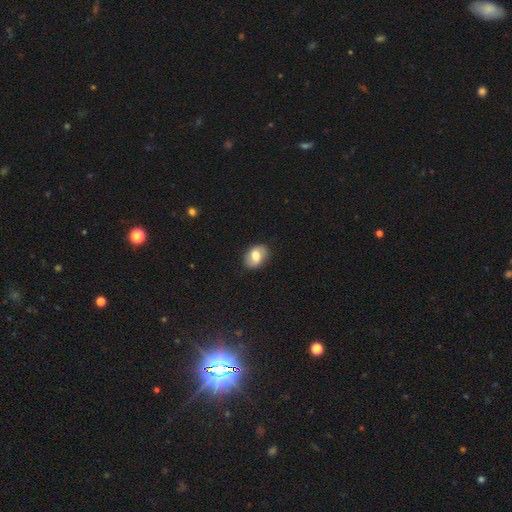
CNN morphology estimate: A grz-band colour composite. It shows a smooth galaxy with no disk features (61%) that is in between round and cigar-shaped (80%). Merging: none (83%).